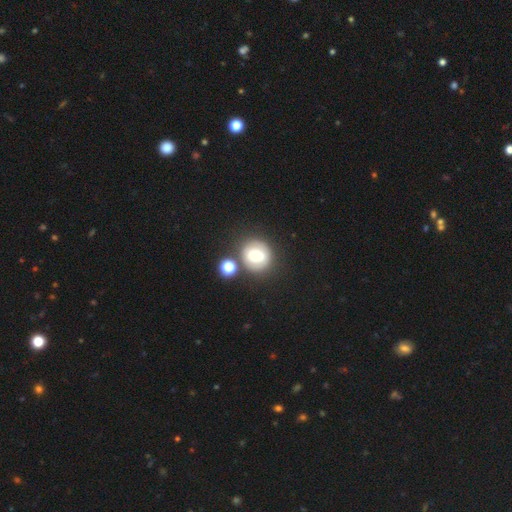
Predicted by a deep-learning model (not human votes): Smooth or featured? smooth (59%)
How rounded? round (88%)
Merging? none (70%)